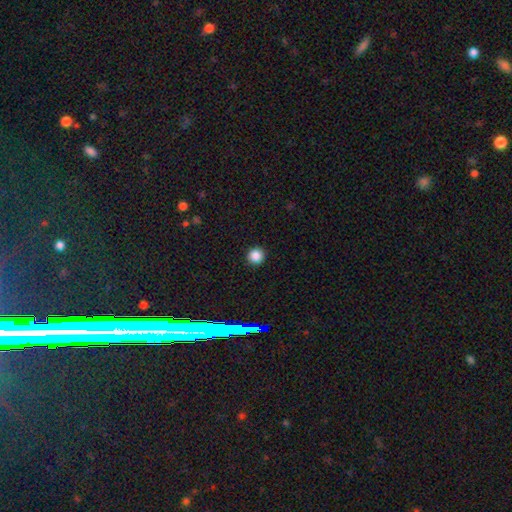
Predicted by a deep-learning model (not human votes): A smooth galaxy with no disk features (84%) that is round (95%). Merging: none (93%).